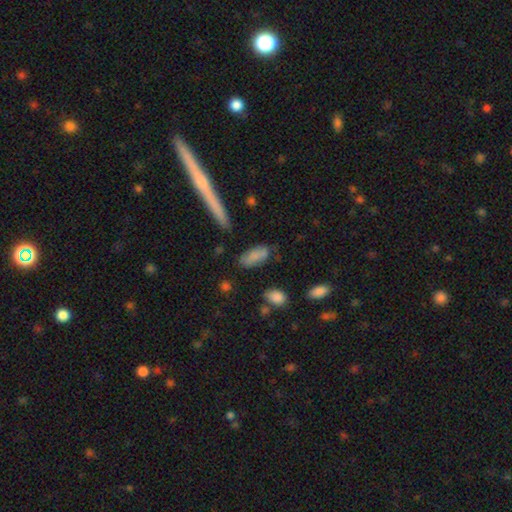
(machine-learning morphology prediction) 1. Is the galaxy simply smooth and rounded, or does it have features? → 77% smooth, 15% featured or disk, 8% star or artifact.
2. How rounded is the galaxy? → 83% in between, 14% cigar-shaped, 3% round.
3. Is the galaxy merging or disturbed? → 68% none, 21% minor disturbance, 6% major disturbance, 5% merger.